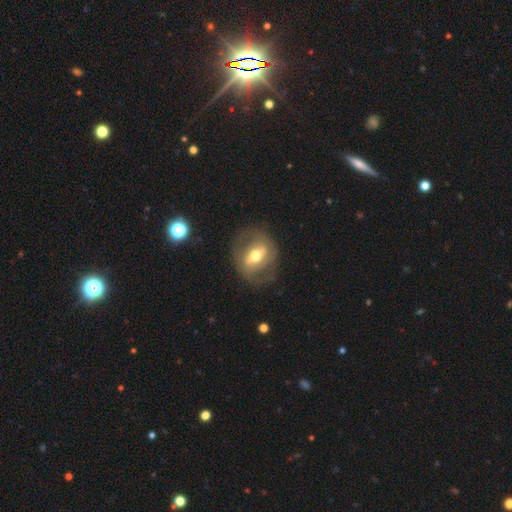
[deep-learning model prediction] Overall: featured or disk (64%; smooth 29%). Edge-on disk: no (91%). Bar: strong (49%; weak 33%). Spiral arms: yes (51%; no 49%). Bulge size: moderate (68%). Merging: none (75%).